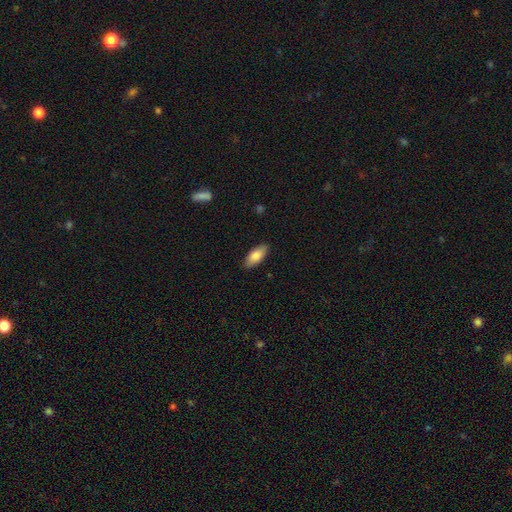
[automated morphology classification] smooth-or-featured: smooth: 81% | featured or disk: 13% | star or artifact: 6%
  how-rounded: in between: 84% | cigar-shaped: 14% | round: 2%
  merging: none: 87% | minor disturbance: 10% | major disturbance: 2% | merger: 1%